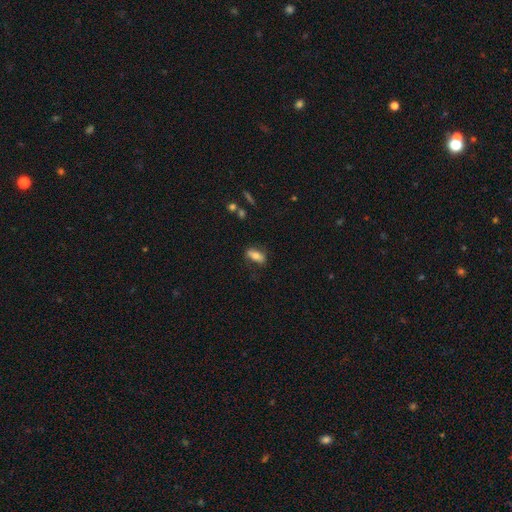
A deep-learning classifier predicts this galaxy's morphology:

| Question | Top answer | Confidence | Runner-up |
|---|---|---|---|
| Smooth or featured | smooth | 67% | featured or disk (25%) |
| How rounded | in between | 75% | cigar-shaped (20%) |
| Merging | none | 71% | minor disturbance (19%) |